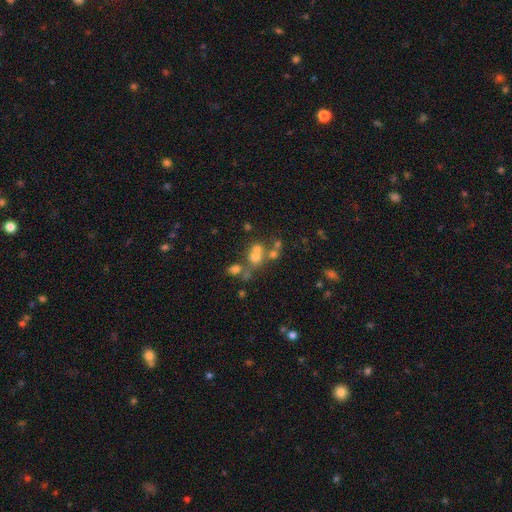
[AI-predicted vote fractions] The model was most divided on "merging": merger: 46%, none: 39%, minor disturbance: 8%, major disturbance: 6%. More confident: how rounded — round (75%); smooth or featured — smooth (57%).